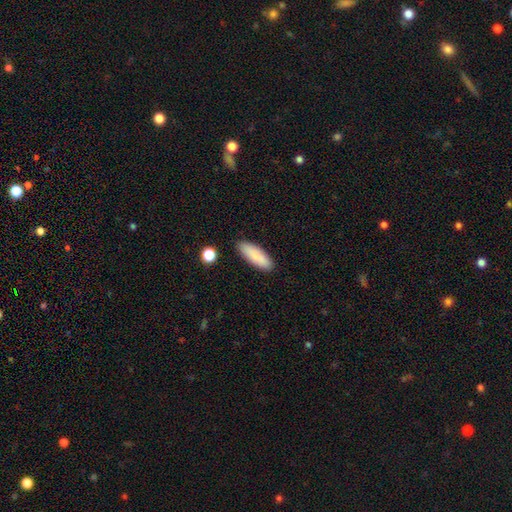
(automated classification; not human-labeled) Smooth or featured?
  - smooth: 86% *
  - featured or disk: 7%
  - star or artifact: 7%
How rounded?
  - in between: 54% *
  - cigar-shaped: 44%
  - round: 2%
Merging?
  - none: 87% *
  - minor disturbance: 9%
  - major disturbance: 2%
  - merger: 2%